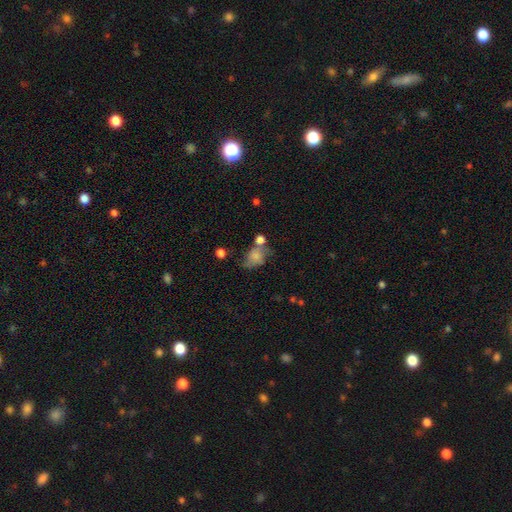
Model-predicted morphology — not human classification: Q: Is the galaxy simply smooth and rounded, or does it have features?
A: smooth — 66%.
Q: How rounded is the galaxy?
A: in between — 65%.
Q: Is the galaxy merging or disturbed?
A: none — 34%.